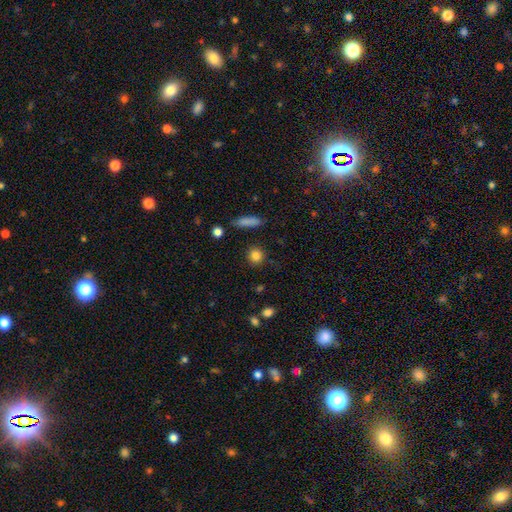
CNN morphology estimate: The model was most divided on "smooth or featured": smooth: 84%, star or artifact: 10%, featured or disk: 6%. More confident: merging — none (88%); how rounded — round (87%).